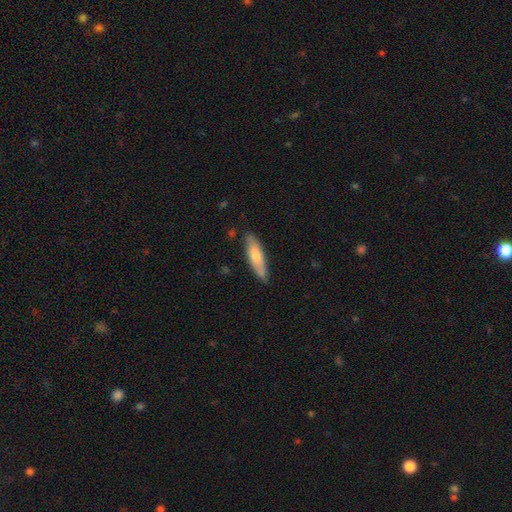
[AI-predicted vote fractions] Q: Smooth or featured?
A: smooth (62%); runner-up: featured or disk (31%)
Q: How rounded?
A: cigar-shaped (68%); runner-up: in between (30%)
Q: Merging?
A: none (83%); runner-up: minor disturbance (14%)